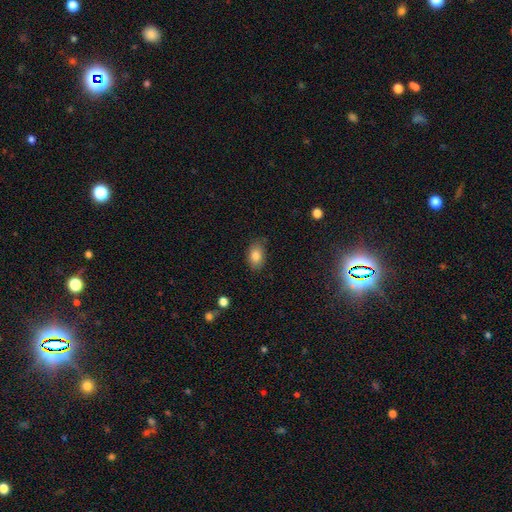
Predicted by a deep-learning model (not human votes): This appears to be a smooth galaxy with no disk features (84%) that is in between round and cigar-shaped (86%). Merging: none (80%).